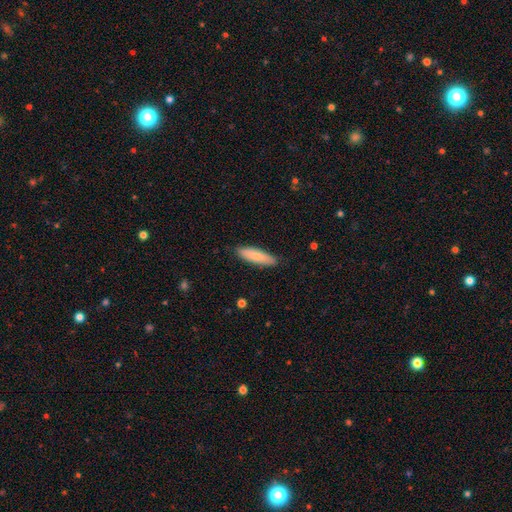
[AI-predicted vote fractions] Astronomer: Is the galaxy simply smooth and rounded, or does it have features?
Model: smooth — 79%.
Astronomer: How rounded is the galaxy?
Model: cigar-shaped — 62%.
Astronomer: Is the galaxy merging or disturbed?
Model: none — 87%.